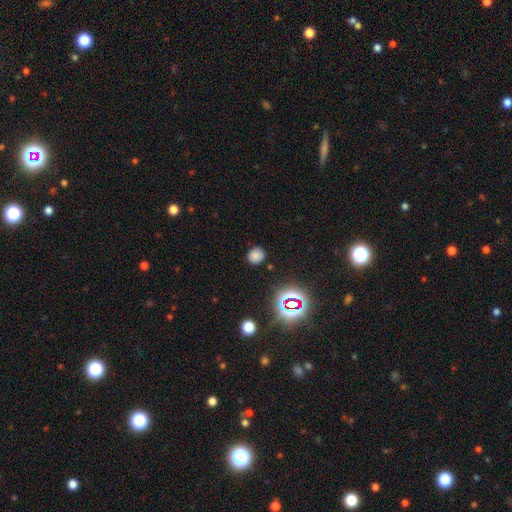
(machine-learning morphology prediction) Smooth or featured: smooth — 73% (star or artifact — 22%)
How rounded: round — 77% (in between — 22%)
Merging: none — 85% (minor disturbance — 10%)